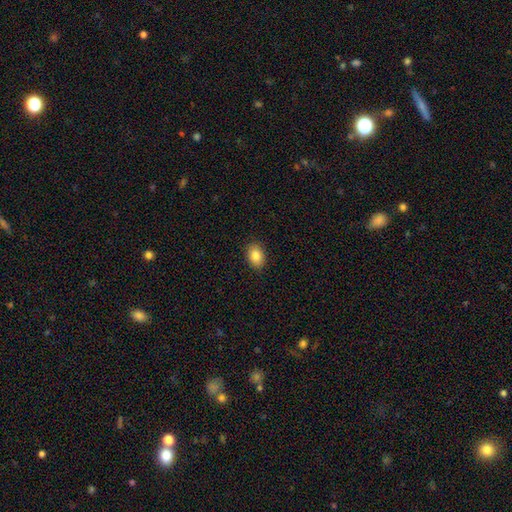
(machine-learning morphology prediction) Smooth or featured?
  - smooth: 85% *
  - star or artifact: 8%
  - featured or disk: 7%
How rounded?
  - in between: 75% *
  - round: 24%
  - cigar-shaped: 1%
Merging?
  - none: 90% *
  - minor disturbance: 8%
  - major disturbance: 2%
  - merger: 1%